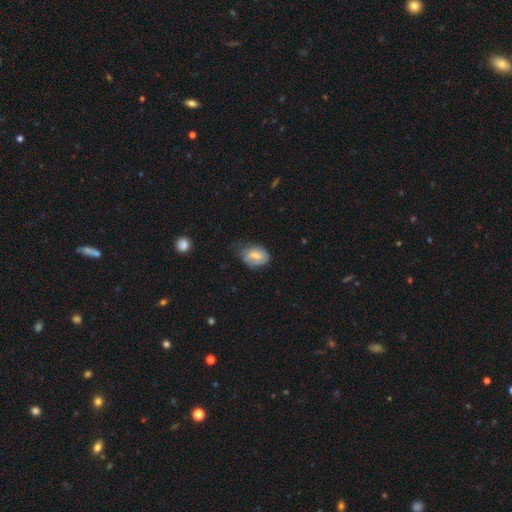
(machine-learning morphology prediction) Smooth or featured?
  - smooth: 57% *
  - featured or disk: 35%
  - star or artifact: 8%
How rounded?
  - in between: 81% *
  - round: 18%
  - cigar-shaped: 2%
Merging?
  - minor disturbance: 41% *
  - none: 37%
  - major disturbance: 19%
  - merger: 3%